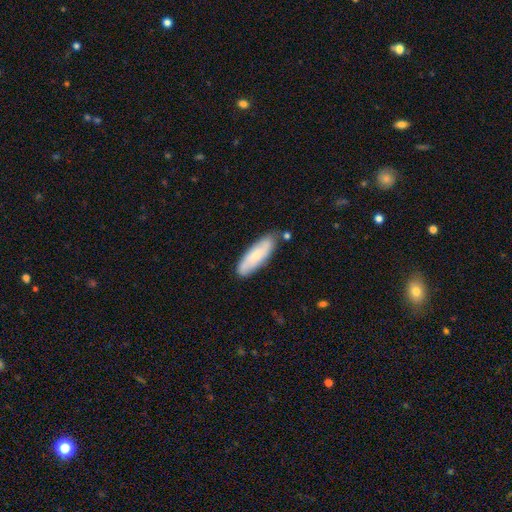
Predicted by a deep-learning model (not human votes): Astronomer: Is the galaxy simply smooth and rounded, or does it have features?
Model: smooth — 65%.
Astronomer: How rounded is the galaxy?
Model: in between — 50% (runner-up: cigar-shaped, 49%).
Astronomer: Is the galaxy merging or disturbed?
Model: none — 80%.